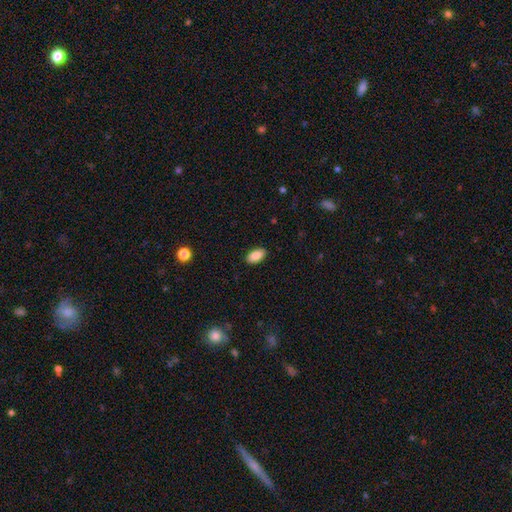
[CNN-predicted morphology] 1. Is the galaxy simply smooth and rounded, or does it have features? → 88% smooth, 8% star or artifact, 4% featured or disk.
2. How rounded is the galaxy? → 93% in between, 4% round, 3% cigar-shaped.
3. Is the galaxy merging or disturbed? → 88% none, 9% minor disturbance, 2% major disturbance, 1% merger.